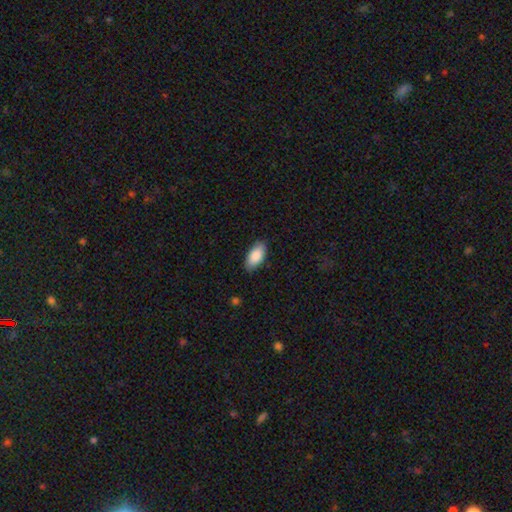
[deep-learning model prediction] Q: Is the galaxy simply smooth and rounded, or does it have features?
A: smooth — 88%.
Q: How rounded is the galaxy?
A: in between — 93%.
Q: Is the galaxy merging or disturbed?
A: none — 86%.